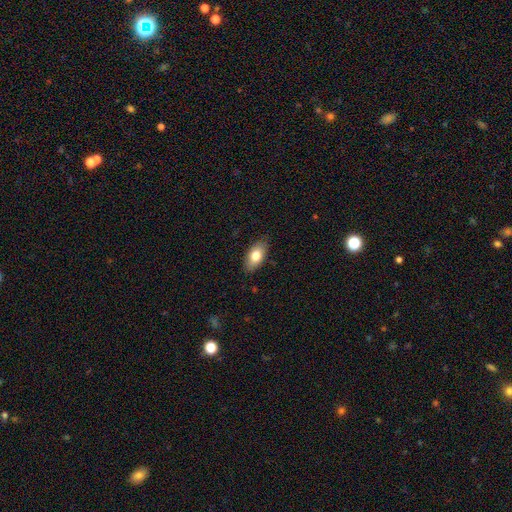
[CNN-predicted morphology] Smooth or featured?
  - smooth: 78% *
  - featured or disk: 16%
  - star or artifact: 7%
How rounded?
  - in between: 91% *
  - cigar-shaped: 5%
  - round: 4%
Merging?
  - none: 83% *
  - minor disturbance: 13%
  - major disturbance: 2%
  - merger: 1%